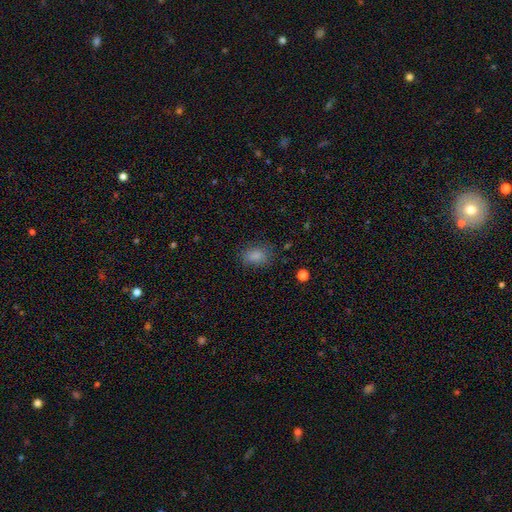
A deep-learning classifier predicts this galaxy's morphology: A smooth galaxy with no disk features (83%) that is in between round and cigar-shaped (78%). Merging: none (75%).